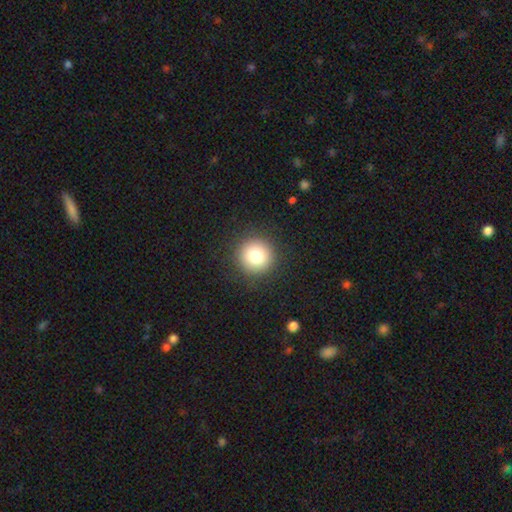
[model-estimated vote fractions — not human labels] Q: Smooth or featured?
A: smooth (81%); runner-up: star or artifact (11%)
Q: How rounded?
A: round (95%); runner-up: in between (4%)
Q: Merging?
A: none (91%); runner-up: minor disturbance (6%)